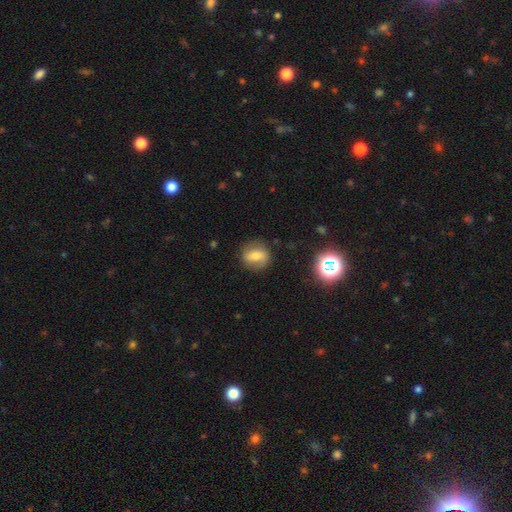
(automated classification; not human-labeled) This appears to be a smooth galaxy with no disk features (49%). Merging: none (79%).